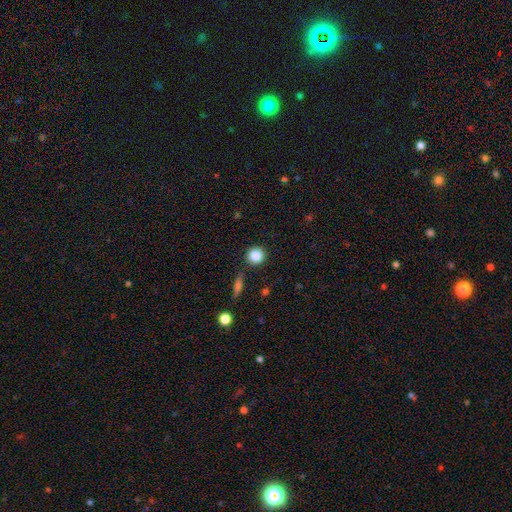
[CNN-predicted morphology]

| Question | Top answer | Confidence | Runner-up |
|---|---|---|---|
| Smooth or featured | smooth | 84% | star or artifact (10%) |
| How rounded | round | 93% | in between (5%) |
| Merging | none | 88% | minor disturbance (7%) |